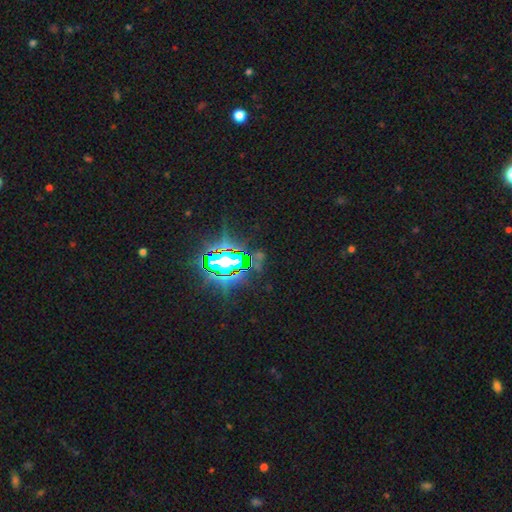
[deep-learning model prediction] Overall: star or artifact (79%).